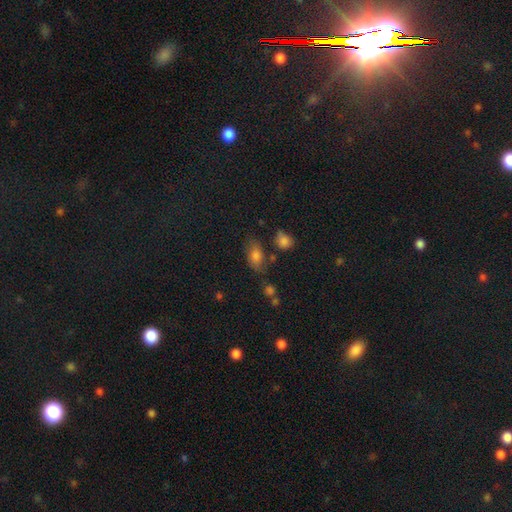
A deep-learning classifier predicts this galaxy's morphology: A smooth galaxy with no disk features (76%) that is in between round and cigar-shaped (86%).

Vote fractions:
- Smooth or featured? smooth: 76% / featured or disk: 14% / star or artifact: 10%
- How rounded? in between: 86% / round: 11% / cigar-shaped: 4%
- Merging? none: 64% / minor disturbance: 22% / major disturbance: 7% / merger: 7%